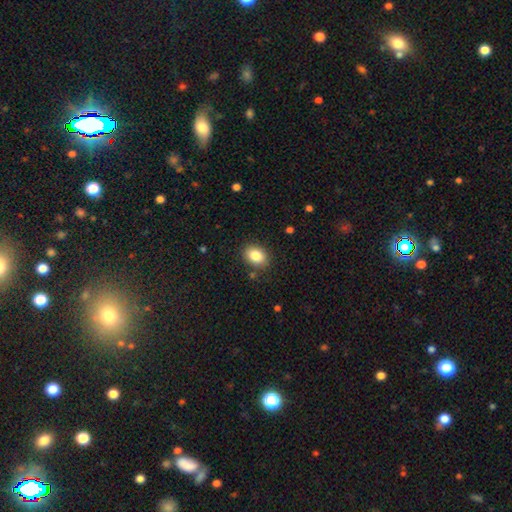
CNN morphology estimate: This appears to be a smooth galaxy with no disk features (85%) that is in between round and cigar-shaped (69%). Merging: none (86%).